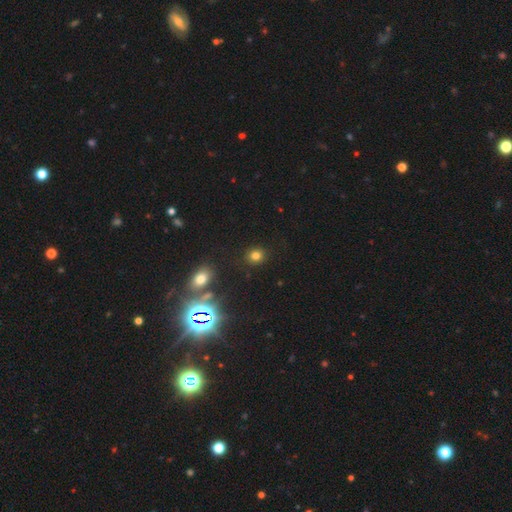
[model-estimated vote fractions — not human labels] Morphology: type=smooth (76%); roundness=round (81%); merging=none (88%).